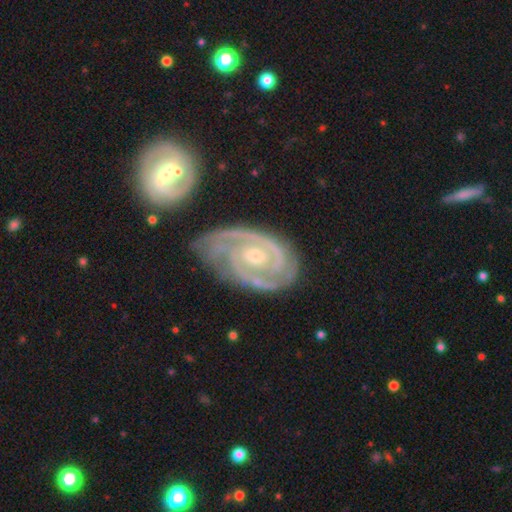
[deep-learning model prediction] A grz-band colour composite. It shows a featured or disk galaxy (92%) with no bar (59%), 2 (72%) tight (72%) spiral arms (98%) and a moderate central bulge (51%). Merging: none (63%).